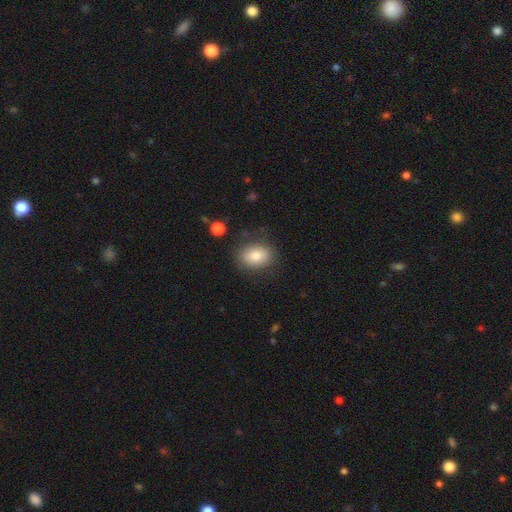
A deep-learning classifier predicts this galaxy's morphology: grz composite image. It shows a smooth galaxy with no disk features (79%) that is in between round and cigar-shaped (73%). Merging: none (81%).